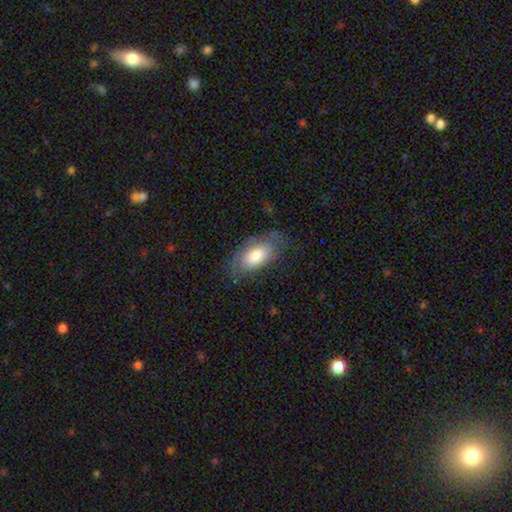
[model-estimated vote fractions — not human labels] Smooth or featured? Predicted: smooth (p=0.73). How rounded? Predicted: in between (p=0.93). Merging? Predicted: none (p=0.69).